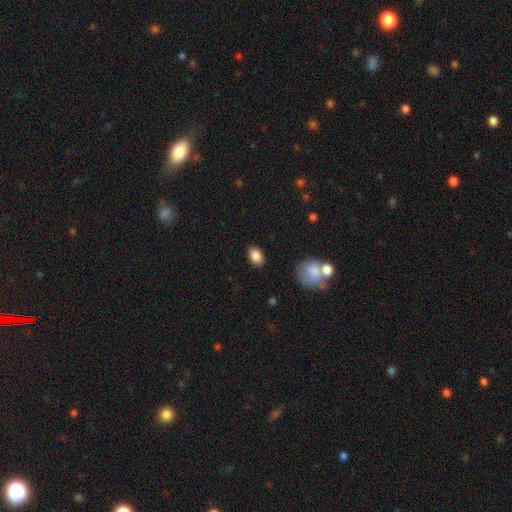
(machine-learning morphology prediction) smooth_or_featured: smooth (p=0.87) [alt: star or artifact p=0.08]
how_rounded: in between (p=0.86) [alt: round p=0.13]
merging: none (p=0.87) [alt: minor disturbance p=0.08]